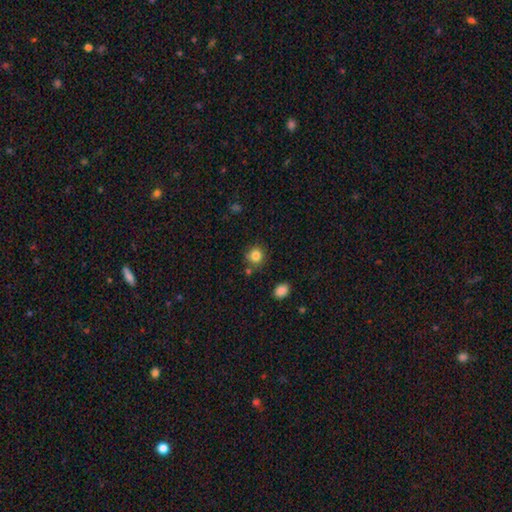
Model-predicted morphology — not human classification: smooth-or-featured: smooth: 83% | star or artifact: 11% | featured or disk: 6%
  how-rounded: round: 86% | in between: 13% | cigar-shaped: 1%
  merging: none: 79% | minor disturbance: 12% | merger: 6% | major disturbance: 3%